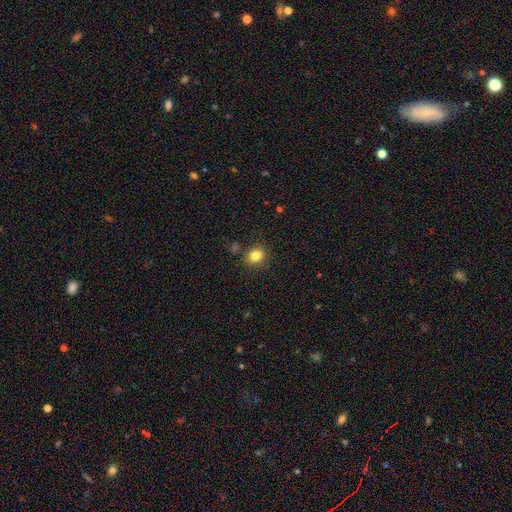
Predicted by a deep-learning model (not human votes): smooth_or_featured: smooth (p=0.83) [alt: star or artifact p=0.11]
how_rounded: round (p=0.56) [alt: in between p=0.43]
merging: none (p=0.84) [alt: minor disturbance p=0.10]